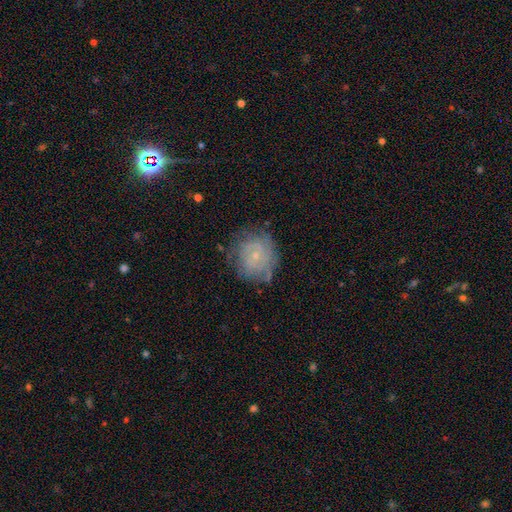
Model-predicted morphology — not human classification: Smooth or featured?
  - featured or disk: 57% *
  - smooth: 33%
  - star or artifact: 11%
Edge-on disk?
  - no: 97% *
  - yes: 3%
Bar?
  - no: 78% *
  - weak: 19%
  - strong: 3%
Spiral arms?
  - yes: 75% *
  - no: 25%
Bulge size?
  - small: 81% *
  - moderate: 13%
  - none: 5%
  - large: 1%
  - dominant: 1%
Merging?
  - none: 68% *
  - minor disturbance: 21%
  - major disturbance: 9%
  - merger: 2%